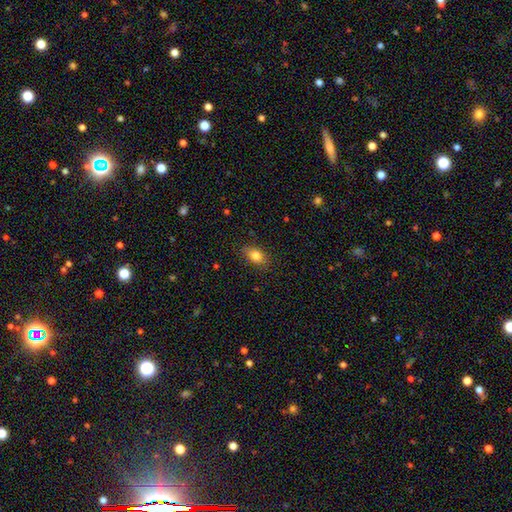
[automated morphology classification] Smooth or featured? Predicted: smooth (p=0.83). How rounded? Predicted: in between (p=0.80). Merging? Predicted: none (p=0.82).